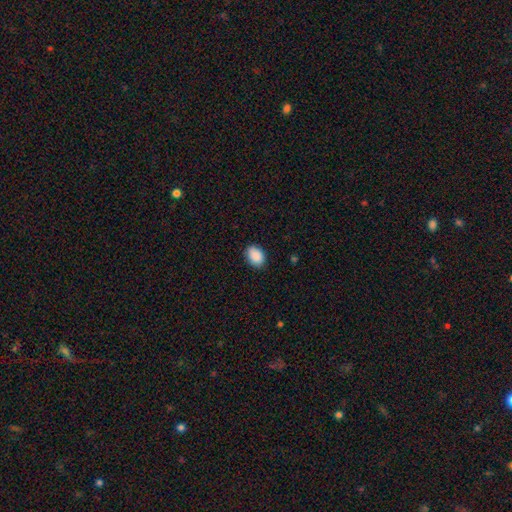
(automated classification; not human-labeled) A smooth galaxy with no disk features (90%) that is in between round and cigar-shaped (75%).

Vote fractions:
- Smooth or featured? smooth: 90% / star or artifact: 7% / featured or disk: 3%
- How rounded? in between: 75% / round: 24% / cigar-shaped: 1%
- Merging? none: 86% / minor disturbance: 11% / major disturbance: 2% / merger: 1%